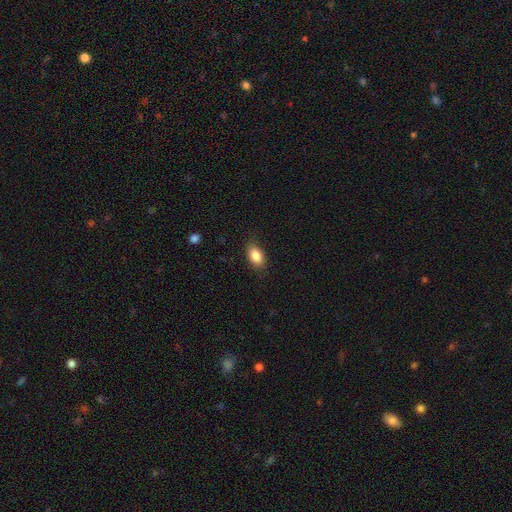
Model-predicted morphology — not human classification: This appears to be a smooth galaxy with no disk features (86%) that is in between round and cigar-shaped (88%). Merging: none (83%).